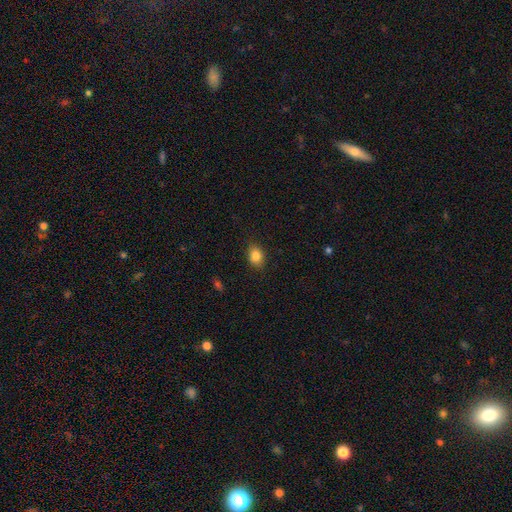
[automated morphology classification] Smooth or featured?
  - smooth: 85% *
  - star or artifact: 9%
  - featured or disk: 5%
How rounded?
  - in between: 68% *
  - round: 30%
  - cigar-shaped: 1%
Merging?
  - none: 85% *
  - minor disturbance: 11%
  - major disturbance: 3%
  - merger: 1%